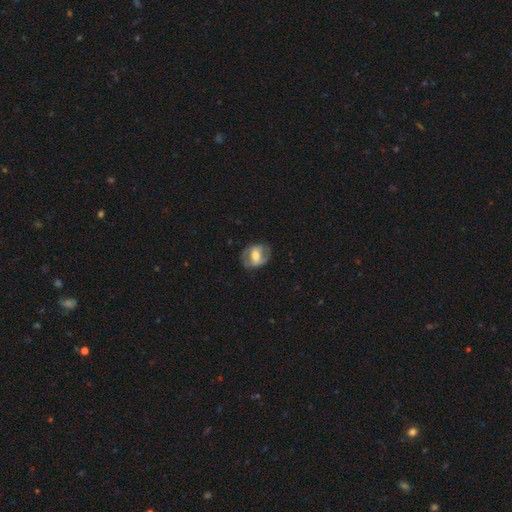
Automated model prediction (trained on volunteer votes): Smooth or featured: featured or disk — 54% (smooth — 39%)
Edge-on disk: no — 92% (yes — 8%)
Merging: none — 73% (minor disturbance — 17%)